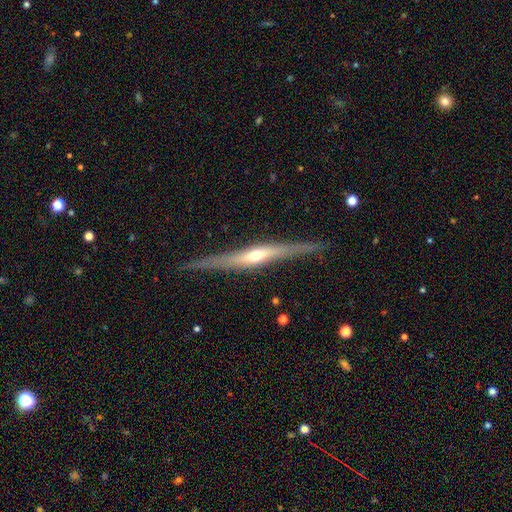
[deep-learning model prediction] Overall: featured or disk (78%). Edge-on disk: yes (96%). Edge-on bulge: rounded (82%). Merging: none (84%).